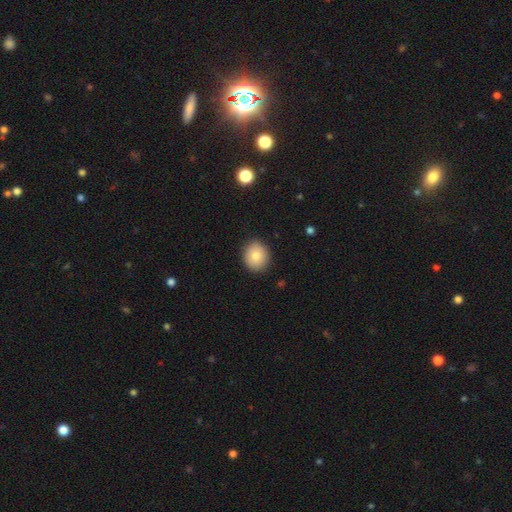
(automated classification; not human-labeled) Morphology: type=smooth (81%); roundness=round (71%); merging=none (89%).